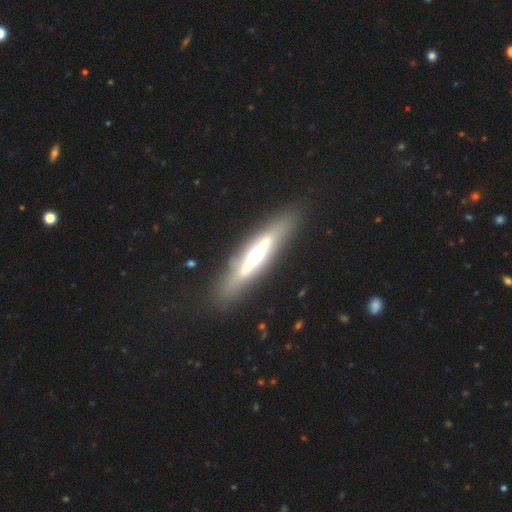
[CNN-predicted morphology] A featured or disk galaxy (67%) viewed edge-on (84%) with a rounded central bulge (84%). Merging: none (85%).